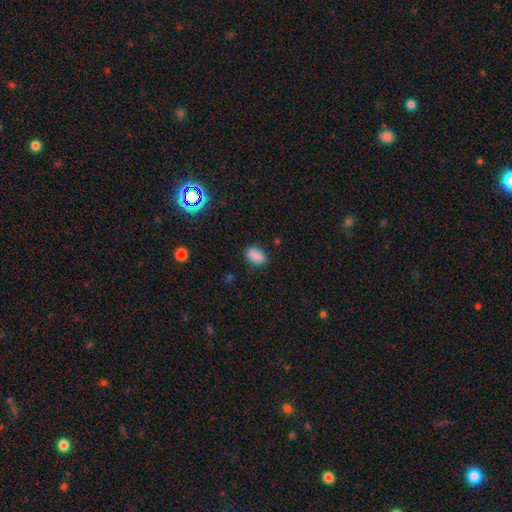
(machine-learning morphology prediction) A smooth galaxy with no disk features (85%) that is in between round and cigar-shaped (87%).

Vote fractions:
- Smooth or featured? smooth: 85% / star or artifact: 11% / featured or disk: 4%
- How rounded? in between: 87% / round: 11% / cigar-shaped: 2%
- Merging? none: 80% / minor disturbance: 14% / major disturbance: 3% / merger: 2%